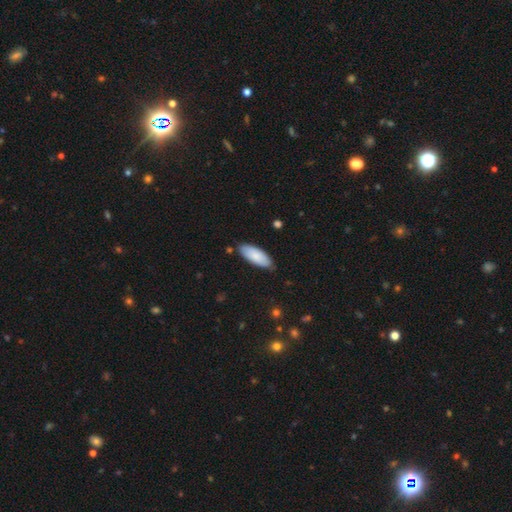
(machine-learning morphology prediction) type=smooth (84%); roundness=in between (78%); merging=none (81%).